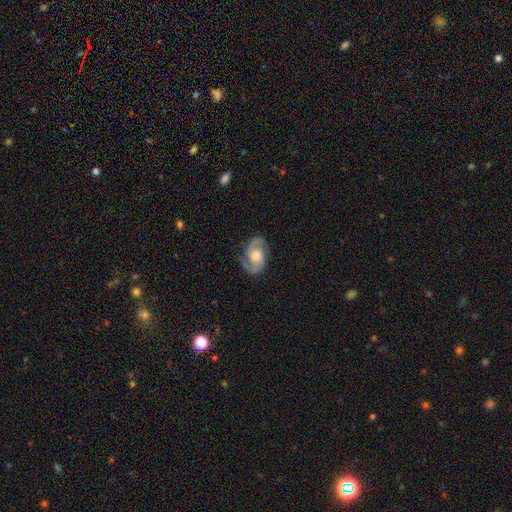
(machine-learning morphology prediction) featured or disk 86%, smooth 9%, star or artifact 5%. Down the decision tree: edge-on disk — no (97%); bar — no (61%); spiral arms — yes (97%); spiral arm count — 2 (92%); spiral winding — medium (55%); bulge size — moderate (48%); merging — none (79%).